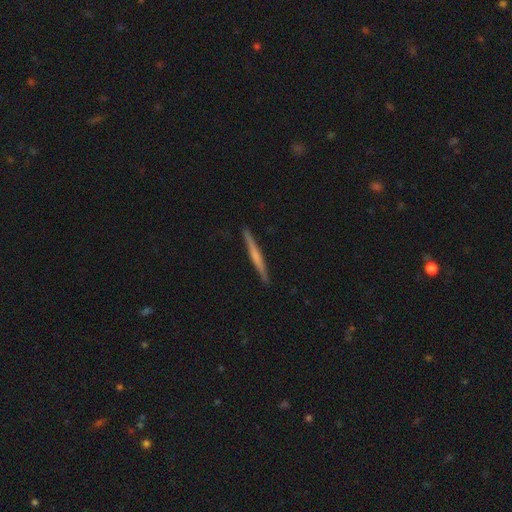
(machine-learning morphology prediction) featured or disk 53%, smooth 41%, star or artifact 5%. Down the decision tree: edge-on disk — yes (98%); edge-on bulge — none (58%); merging — none (92%).